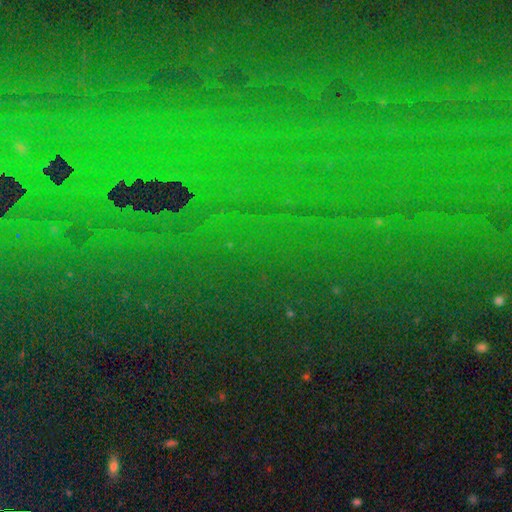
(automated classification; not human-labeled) star or artifact 81%, smooth 11%, featured or disk 8%.